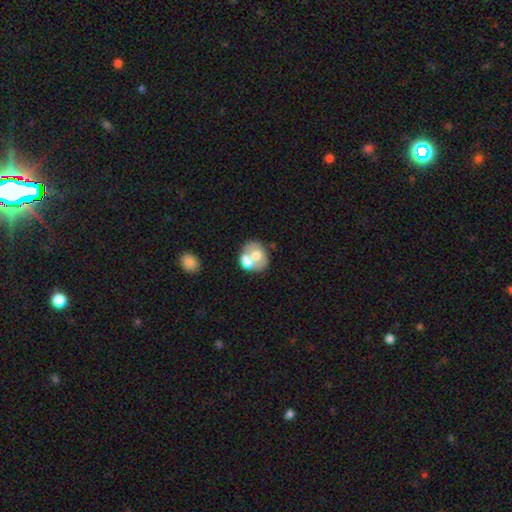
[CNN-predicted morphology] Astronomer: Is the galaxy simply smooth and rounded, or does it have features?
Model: smooth — 55% (runner-up: featured or disk, 37%).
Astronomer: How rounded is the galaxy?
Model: round — 51% (runner-up: in between, 48%).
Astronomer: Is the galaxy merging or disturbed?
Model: merger — 54% (runner-up: none, 31%).